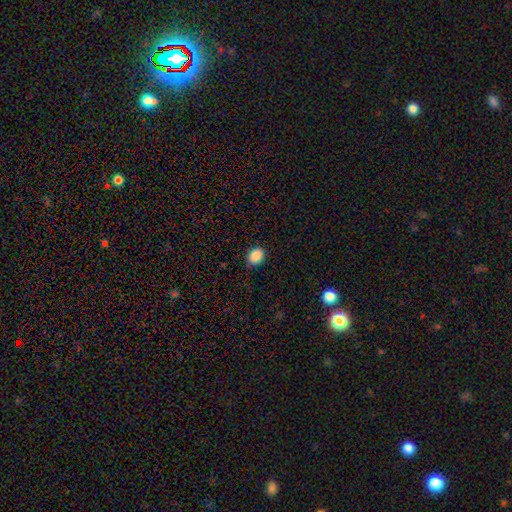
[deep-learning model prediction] The model was most divided on "how rounded": in between: 55%, round: 44%, cigar-shaped: 1%. More confident: smooth or featured — smooth (88%); merging — none (86%).